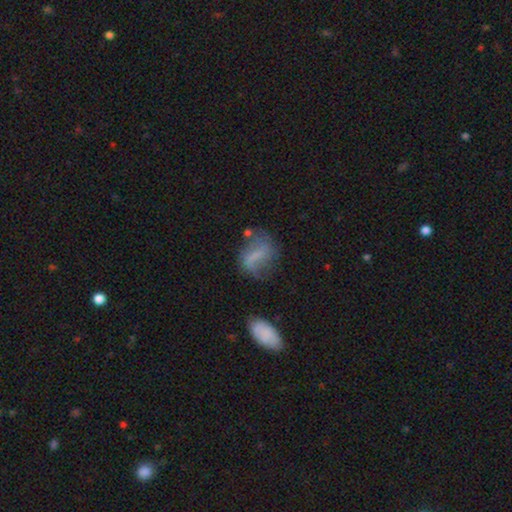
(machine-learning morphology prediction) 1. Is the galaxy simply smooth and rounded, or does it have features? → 47% featured or disk, 42% smooth, 11% star or artifact.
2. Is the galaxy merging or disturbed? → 50% none, 25% minor disturbance, 18% major disturbance, 7% merger.